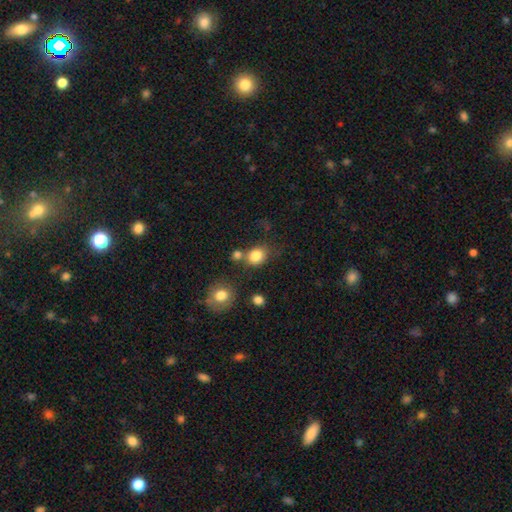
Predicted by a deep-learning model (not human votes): Morphology: type=smooth (83%); roundness=round (63%); merging=none (58%).